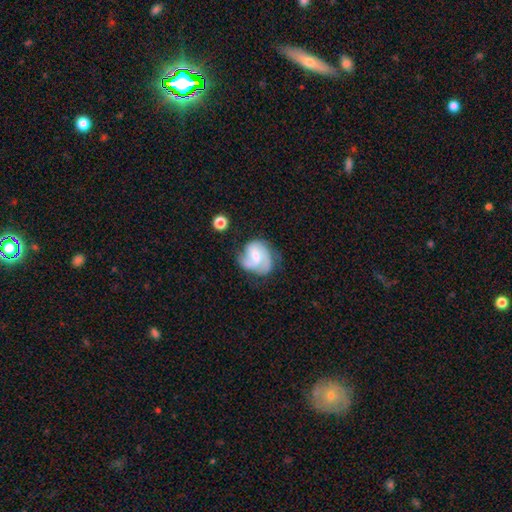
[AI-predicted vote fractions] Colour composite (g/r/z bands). It shows a featured or disk galaxy (65%) with a weak bar (47%), 2 (38%) medium (45%) spiral arms (87%) and a small central bulge (46%). Merging: none (46%).